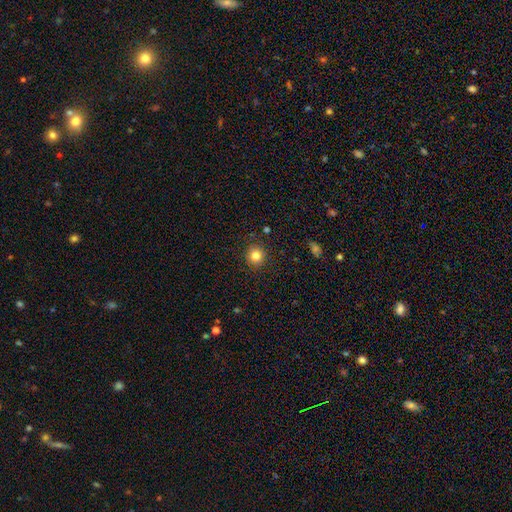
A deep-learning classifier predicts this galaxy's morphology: A smooth galaxy with no disk features (82%) that is round (91%).

Vote fractions:
- Smooth or featured? smooth: 82% / star or artifact: 12% / featured or disk: 6%
- How rounded? round: 91% / in between: 8% / cigar-shaped: 1%
- Merging? none: 91% / minor disturbance: 6% / major disturbance: 2% / merger: 1%